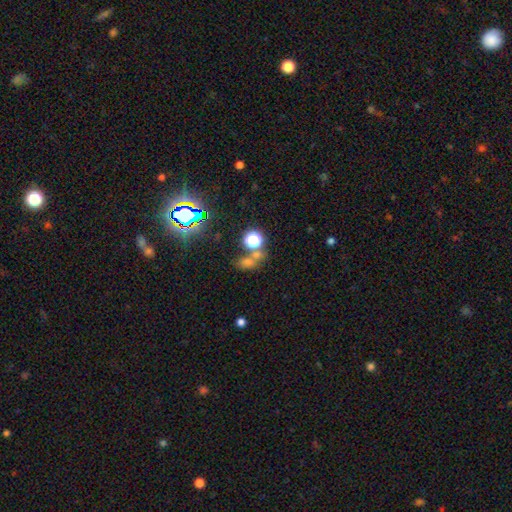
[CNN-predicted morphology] smooth_or_featured: smooth (p=0.55) [alt: star or artifact p=0.35]
how_rounded: round (p=0.48) [tied with: in between p=0.48]
merging: none (p=0.46) [alt: merger p=0.35]